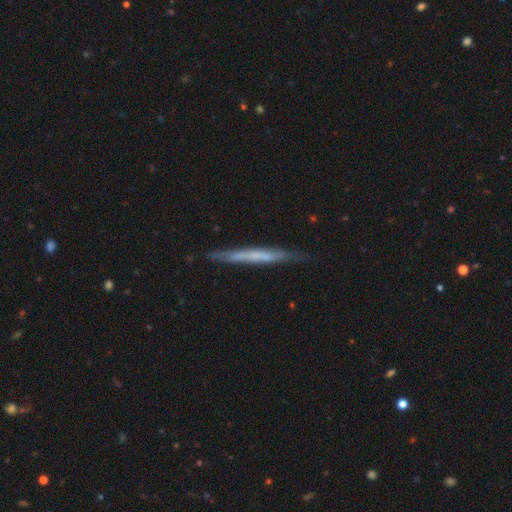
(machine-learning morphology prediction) Overall: featured or disk (48%; smooth 46%). Merging: none (86%).